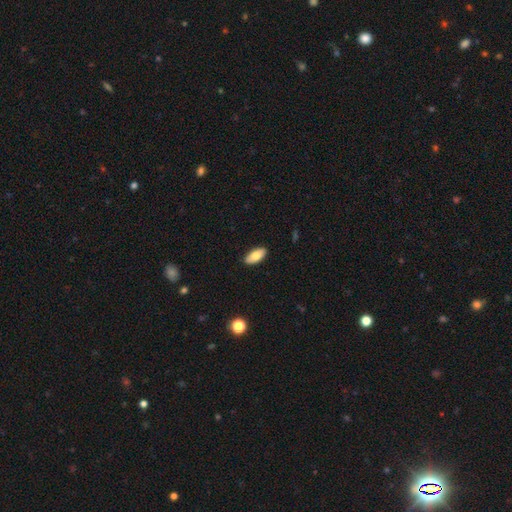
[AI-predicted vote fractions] Smooth or featured? Predicted: smooth (p=0.80). How rounded? Predicted: in between (p=0.88). Merging? Predicted: none (p=0.89).